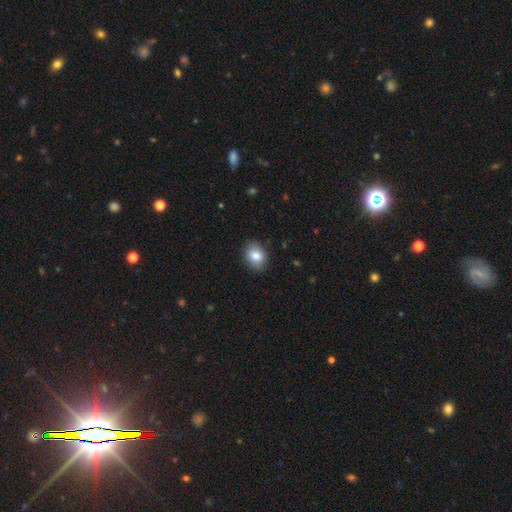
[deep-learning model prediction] Smooth or featured? Predicted: smooth (p=0.83). How rounded? Predicted: in between (p=0.68). Merging? Predicted: none (p=0.86).